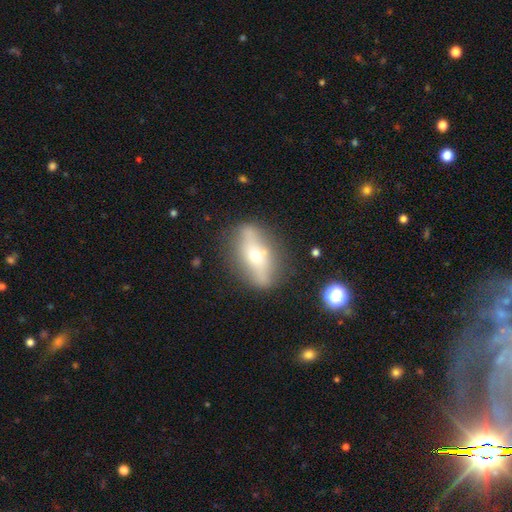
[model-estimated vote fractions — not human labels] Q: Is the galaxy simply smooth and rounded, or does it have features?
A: featured or disk — 66%.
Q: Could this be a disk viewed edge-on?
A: yes — 68%.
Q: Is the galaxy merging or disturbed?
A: none — 78%.